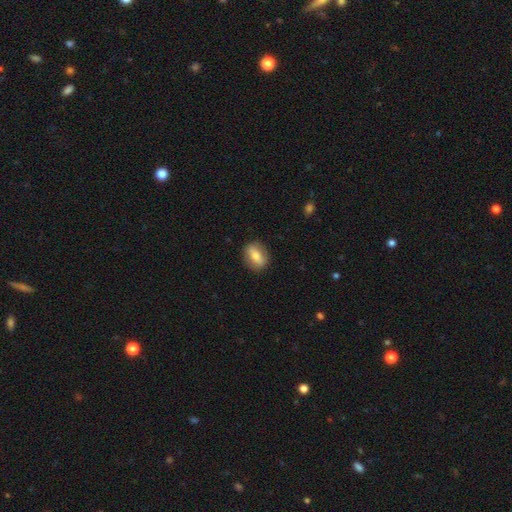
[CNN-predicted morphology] Smooth or featured: smooth — 64% (featured or disk — 29%)
How rounded: in between — 66% (round — 29%)
Merging: none — 86% (minor disturbance — 10%)